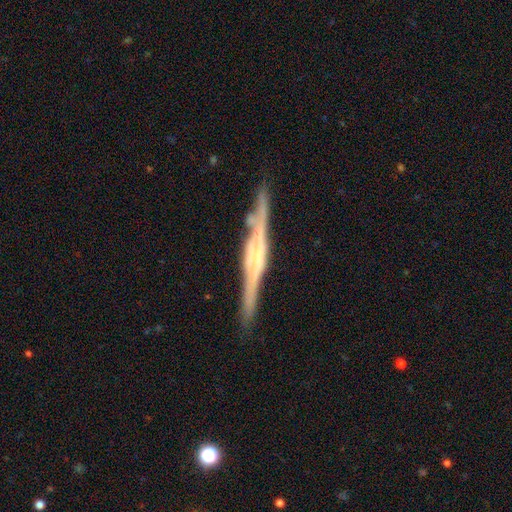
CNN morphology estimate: Q: Smooth or featured?
A: featured or disk (83%); runner-up: smooth (12%)
Q: Edge-on disk?
A: yes (97%); runner-up: no (3%)
Q: Edge-on bulge?
A: boxy (45%); runner-up: rounded (38%)
Q: Merging?
A: none (84%); runner-up: minor disturbance (11%)